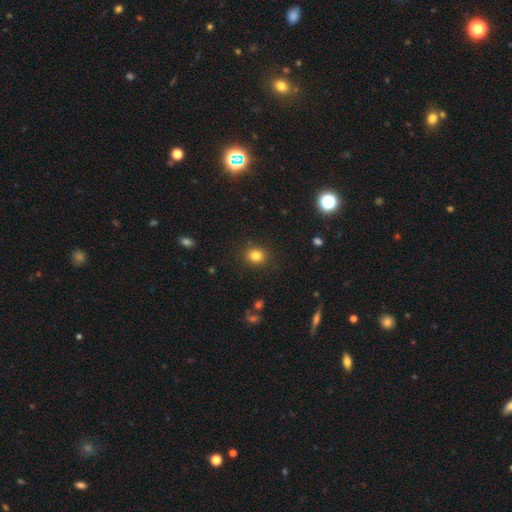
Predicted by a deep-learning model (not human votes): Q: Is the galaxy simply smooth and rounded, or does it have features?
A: smooth — 82%.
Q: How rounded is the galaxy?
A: round — 77%.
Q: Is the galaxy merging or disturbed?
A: none — 88%.